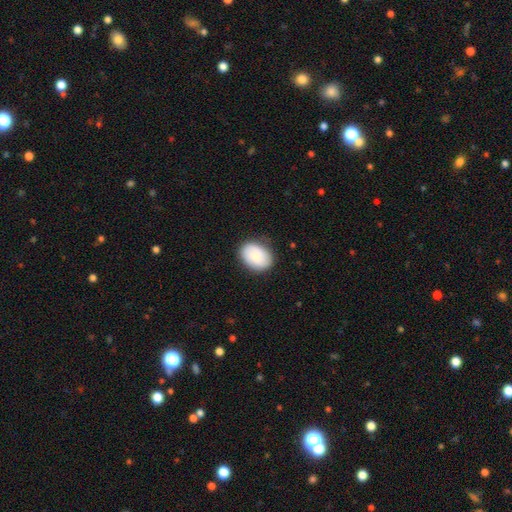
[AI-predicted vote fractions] Smooth or featured?
  - smooth: 73% *
  - featured or disk: 21%
  - star or artifact: 6%
How rounded?
  - in between: 73% *
  - round: 26%
  - cigar-shaped: 1%
Merging?
  - none: 79% *
  - minor disturbance: 16%
  - major disturbance: 3%
  - merger: 1%